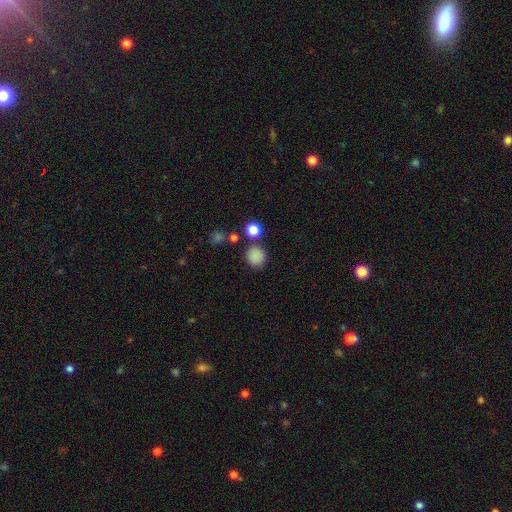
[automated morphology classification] Smooth or featured? Predicted: smooth (p=0.82). How rounded? Predicted: round (p=0.88). Merging? Predicted: none (p=0.80).